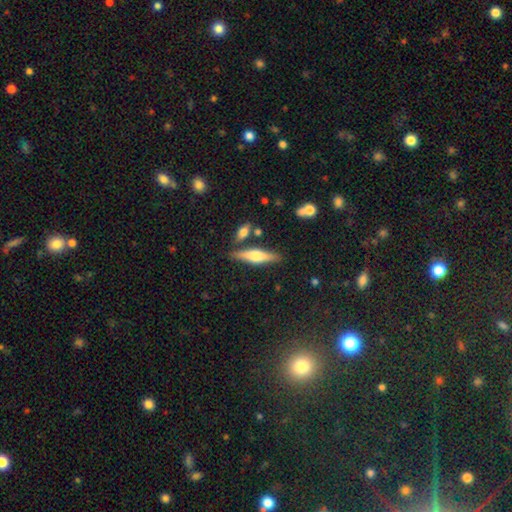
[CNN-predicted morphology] This appears to be a featured or disk galaxy (54%) viewed edge-on (94%) with a rounded central bulge (85%). Merging: none (80%).